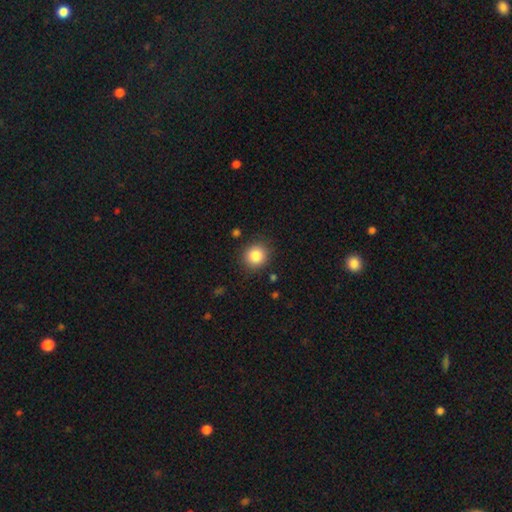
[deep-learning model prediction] Smooth or featured? Predicted: smooth (p=0.85). How rounded? Predicted: round (p=0.88). Merging? Predicted: none (p=0.88).